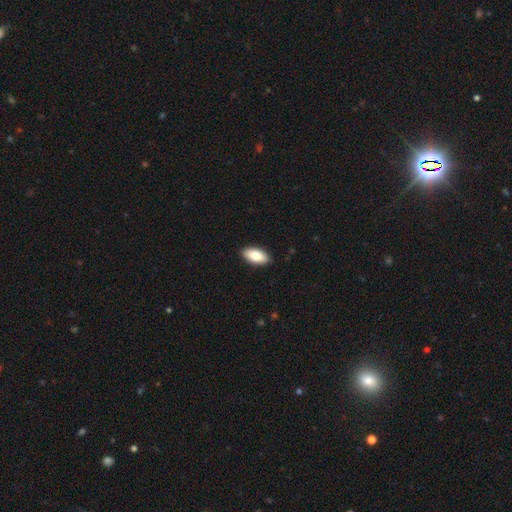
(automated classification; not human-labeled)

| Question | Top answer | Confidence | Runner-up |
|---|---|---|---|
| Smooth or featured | smooth | 84% | featured or disk (10%) |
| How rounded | in between | 93% | cigar-shaped (5%) |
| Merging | none | 90% | minor disturbance (8%) |